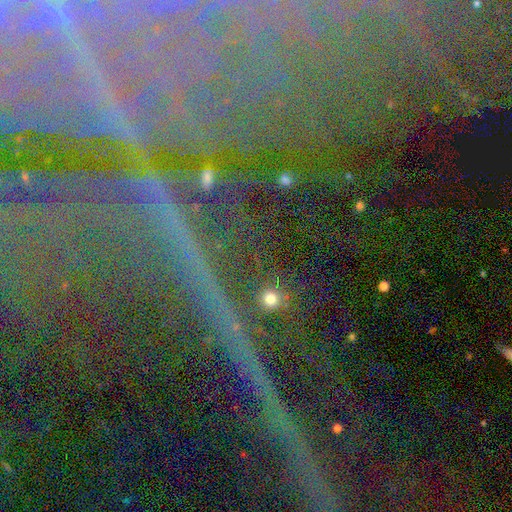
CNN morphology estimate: star or artifact 79%, featured or disk 13%, smooth 9%.